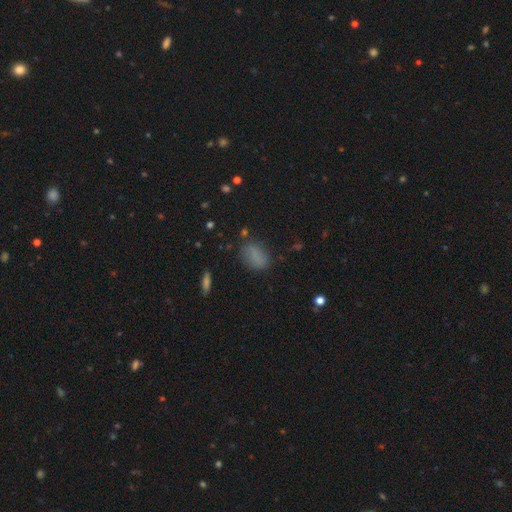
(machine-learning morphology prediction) This appears to be a smooth galaxy with no disk features (79%) that is in between round and cigar-shaped (84%). Merging: none (72%).